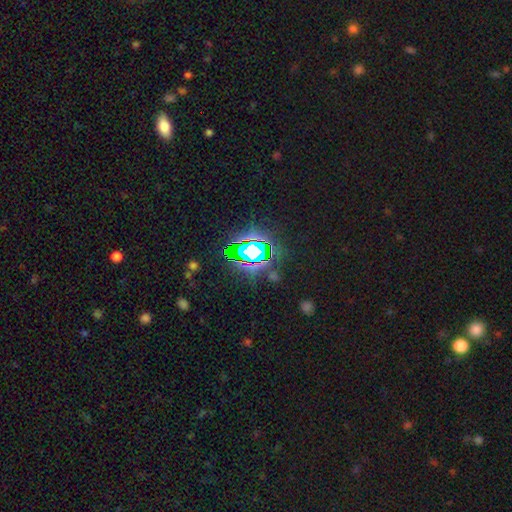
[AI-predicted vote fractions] This appears to be a star or artifact, not a galaxy (74%).